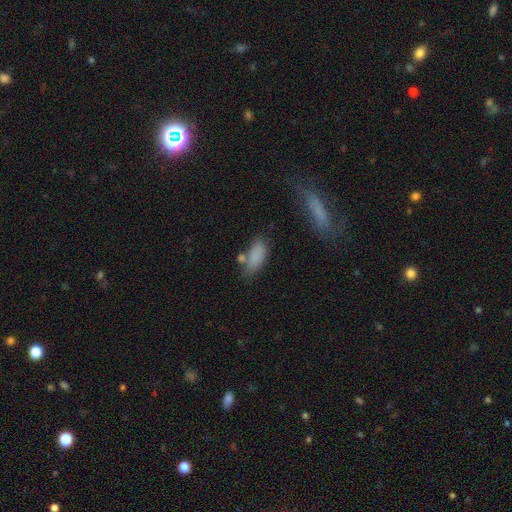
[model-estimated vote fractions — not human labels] Smooth or featured?
  - smooth: 82% *
  - featured or disk: 9%
  - star or artifact: 9%
How rounded?
  - in between: 85% *
  - cigar-shaped: 12%
  - round: 3%
Merging?
  - none: 52% *
  - minor disturbance: 21%
  - merger: 18%
  - major disturbance: 9%